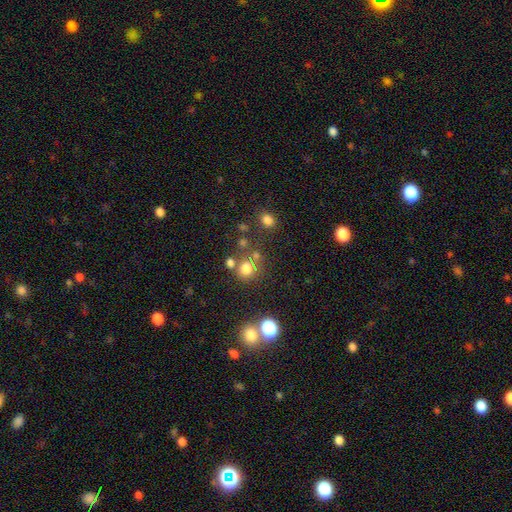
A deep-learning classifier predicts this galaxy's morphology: The model was most divided on "smooth or featured": smooth: 64%, star or artifact: 25%, featured or disk: 10%. More confident: how rounded — round (87%); merging — none (66%).